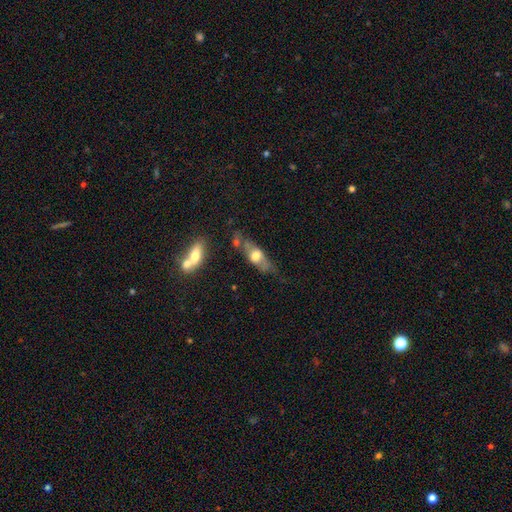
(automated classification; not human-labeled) smooth_or_featured: smooth (p=0.48) [alt: featured or disk p=0.45]
merging: none (p=0.55) [alt: minor disturbance p=0.23]